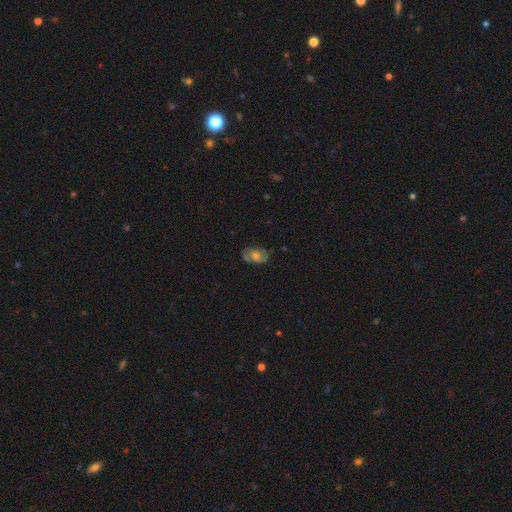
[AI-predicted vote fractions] smooth_or_featured: featured or disk (p=0.49) [alt: smooth p=0.39]
merging: none (p=0.68) [alt: minor disturbance p=0.21]